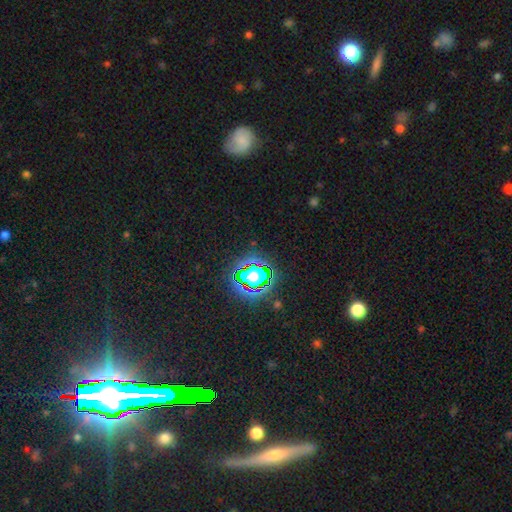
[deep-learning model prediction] This is likely a star or artifact rather than a galaxy (77%).